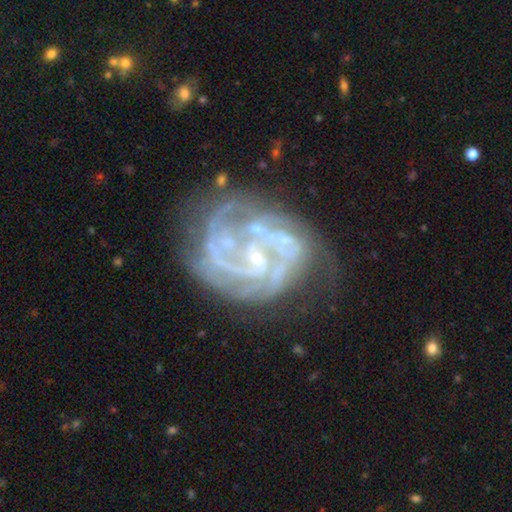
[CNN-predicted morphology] smooth_or_featured: featured or disk (p=0.87) [alt: star or artifact p=0.07]
disk_edge_on: no (p=0.98) [alt: yes p=0.02]
bar: no (p=0.48) [alt: weak p=0.37]
has_spiral_arms: yes (p=0.93) [alt: no p=0.07]
spiral_winding: tight (p=0.52) [alt: medium p=0.39]
spiral_arm_count: 2 (p=0.27) [alt: 3 p=0.26]
bulge_size: small (p=0.74) [alt: moderate p=0.14]
merging: none (p=0.52) [alt: minor disturbance p=0.22]